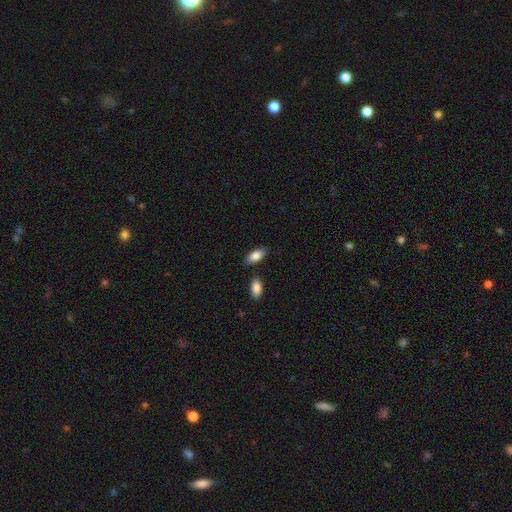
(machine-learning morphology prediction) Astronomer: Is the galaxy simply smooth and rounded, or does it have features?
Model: smooth — 83%.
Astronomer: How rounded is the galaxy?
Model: in between — 89%.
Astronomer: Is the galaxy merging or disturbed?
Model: none — 81%.